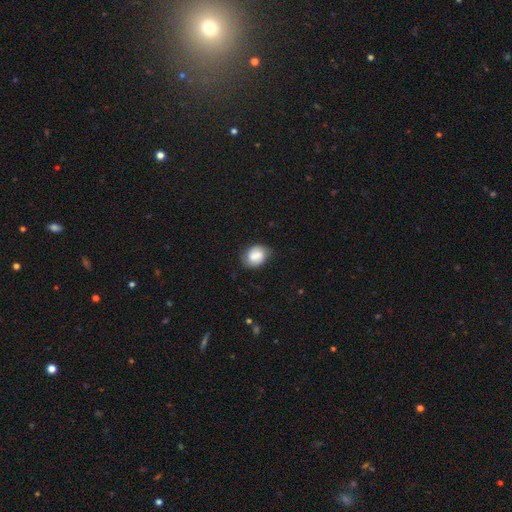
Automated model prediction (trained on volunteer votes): Smooth or featured: smooth — 72% (featured or disk — 19%)
How rounded: in between — 60% (round — 39%)
Merging: none — 69% (minor disturbance — 24%)